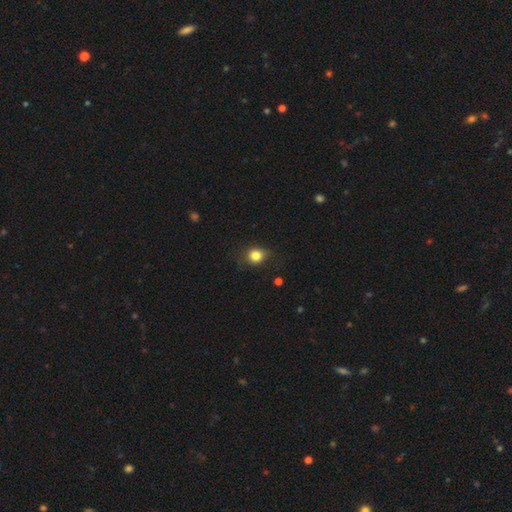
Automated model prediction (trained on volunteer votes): Smooth or featured? Predicted: smooth (p=0.82). How rounded? Predicted: round (p=0.76). Merging? Predicted: none (p=0.76).